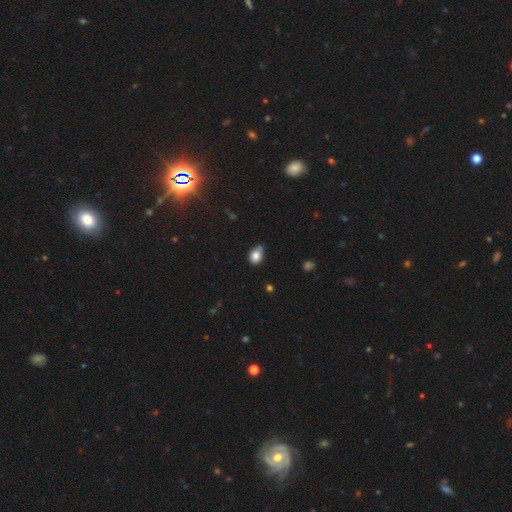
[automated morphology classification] type=smooth (82%); roundness=round (55%); merging=none (55%).